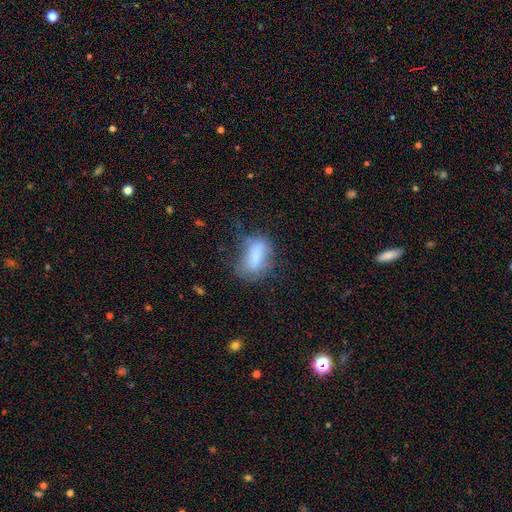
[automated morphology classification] This appears to be a smooth galaxy with no disk features (67%) that is in between round and cigar-shaped (85%). Merging: none (39%).